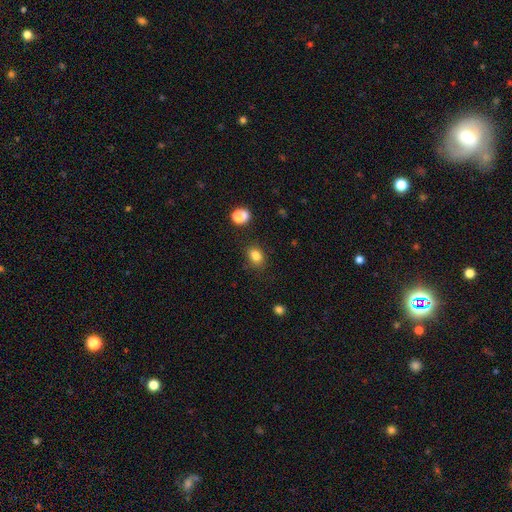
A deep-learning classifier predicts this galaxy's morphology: smooth-or-featured: smooth: 84% | star or artifact: 11% | featured or disk: 5%
  how-rounded: in between: 63% | round: 36% | cigar-shaped: 1%
  merging: none: 80% | minor disturbance: 14% | major disturbance: 4% | merger: 3%